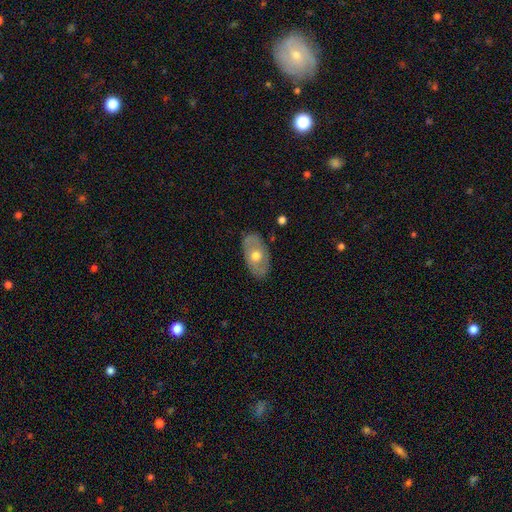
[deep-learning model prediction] A smooth galaxy with no disk features (48%).

Vote fractions:
- Smooth or featured? smooth: 48% / featured or disk: 46% / star or artifact: 6%
- Merging? none: 83% / minor disturbance: 13% / major disturbance: 3% / merger: 1%